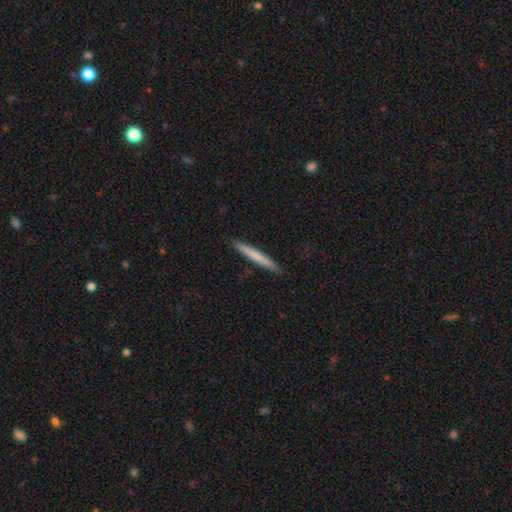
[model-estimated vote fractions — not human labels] Q: Smooth or featured?
A: smooth (70%); runner-up: featured or disk (24%)
Q: How rounded?
A: cigar-shaped (97%); runner-up: in between (2%)
Q: Merging?
A: none (91%); runner-up: minor disturbance (7%)